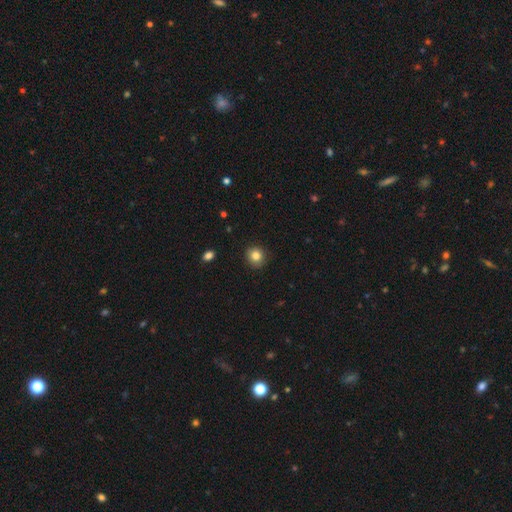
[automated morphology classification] Overall: smooth (84%). How rounded: round (90%). Merging: none (89%).